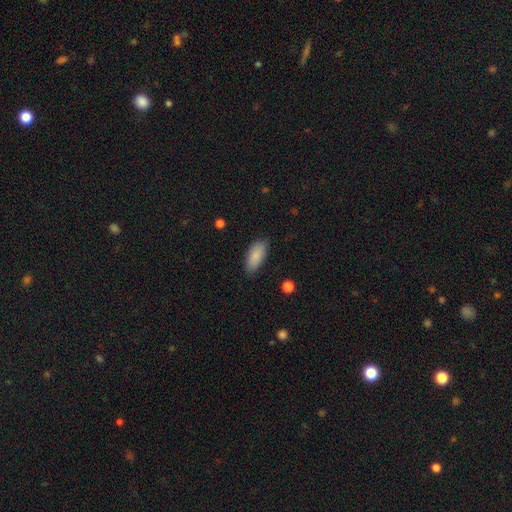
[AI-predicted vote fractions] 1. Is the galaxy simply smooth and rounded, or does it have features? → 88% smooth, 6% featured or disk, 6% star or artifact.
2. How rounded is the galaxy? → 86% in between, 12% cigar-shaped, 2% round.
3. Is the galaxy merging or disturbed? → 82% none, 14% minor disturbance, 3% major disturbance, 1% merger.